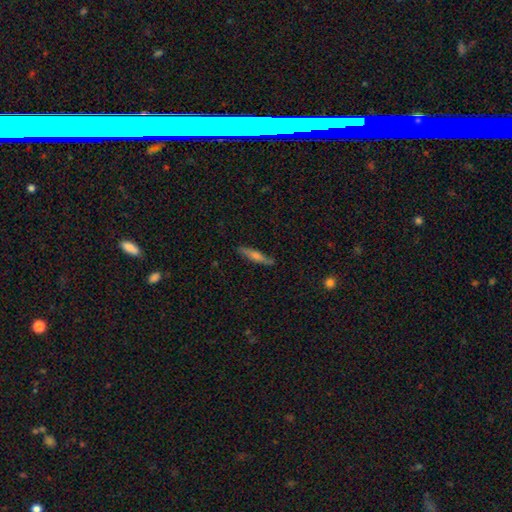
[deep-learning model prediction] This appears to be a featured or disk galaxy (49%). Merging: none (86%).